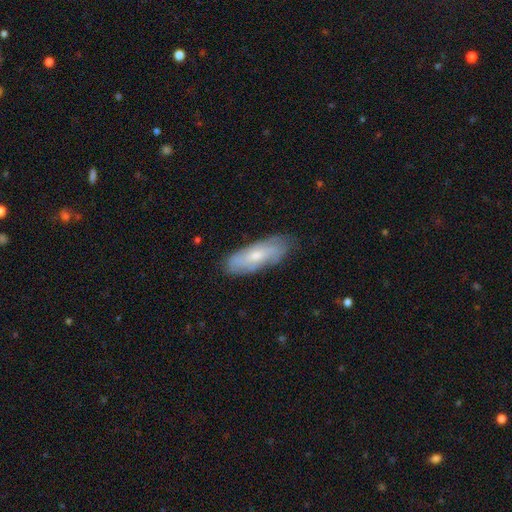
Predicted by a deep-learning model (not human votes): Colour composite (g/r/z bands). It shows a featured or disk galaxy (47%). Merging: none (79%).